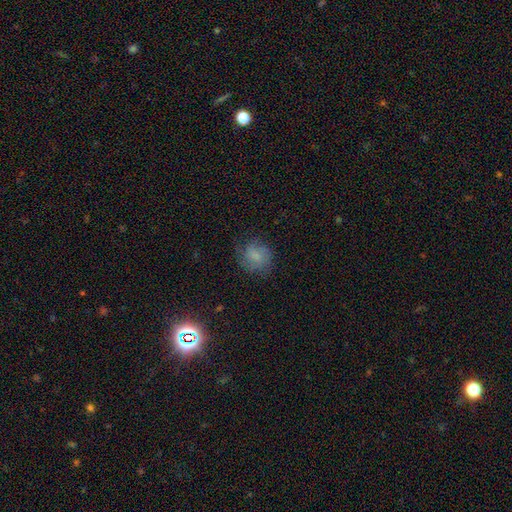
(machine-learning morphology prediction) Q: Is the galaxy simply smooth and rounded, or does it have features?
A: smooth — 68%.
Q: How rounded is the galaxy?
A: round — 78%.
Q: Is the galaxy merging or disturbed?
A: none — 69%.